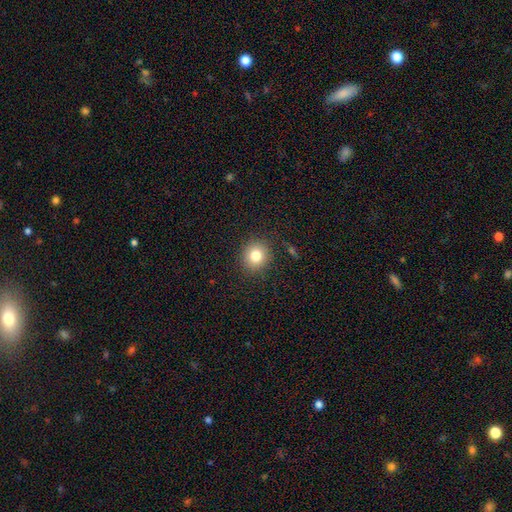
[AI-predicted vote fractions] Morphology: type=smooth (80%); roundness=round (87%); merging=none (88%).